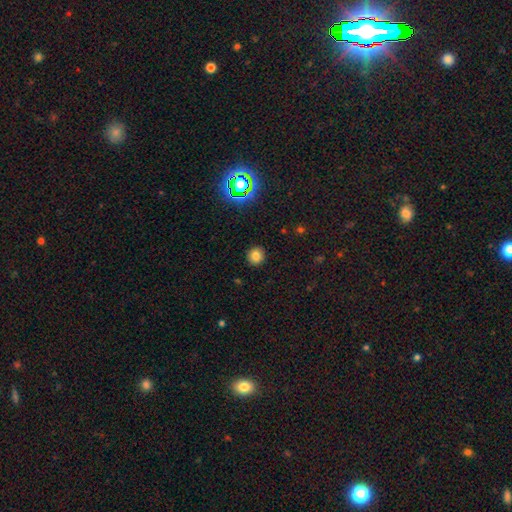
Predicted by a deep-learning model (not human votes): Overall: smooth (78%). How rounded: round (89%). Merging: none (90%).